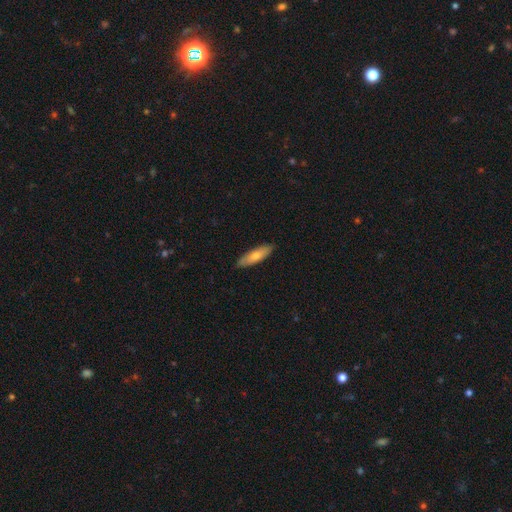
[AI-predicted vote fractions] A smooth galaxy with no disk features (70%) that is cigar-shaped (52%). Merging: none (87%).